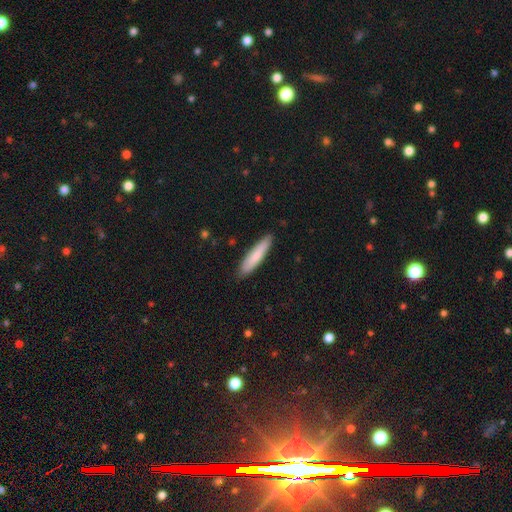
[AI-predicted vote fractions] This is likely a smooth galaxy (80%). How rounded: clearly cigar-shaped (86%). Merging: clearly none (88%).